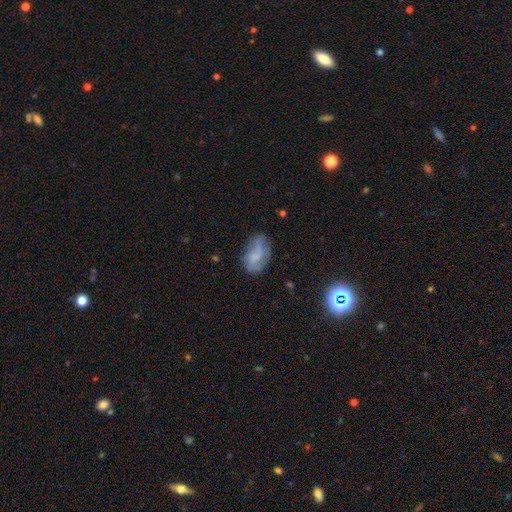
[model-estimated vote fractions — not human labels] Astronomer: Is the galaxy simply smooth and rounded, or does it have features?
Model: featured or disk — 45% (runner-up: smooth, 44%).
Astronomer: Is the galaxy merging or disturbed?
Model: none — 53% (runner-up: minor disturbance, 29%).